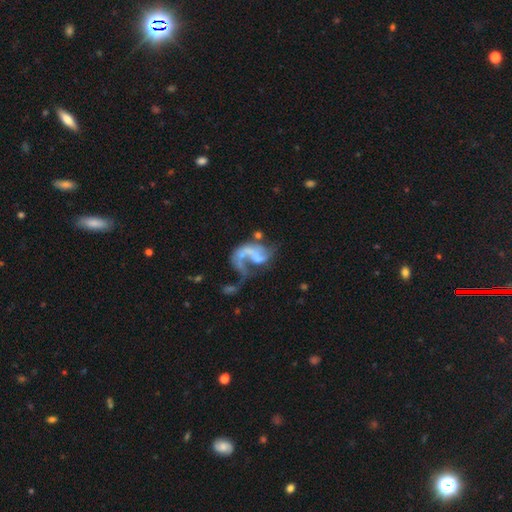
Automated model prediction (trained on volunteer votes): A featured or disk galaxy (73%) with no bar (62%), spiral arms (66%) and no central bulge (53%).

Vote fractions:
- Smooth or featured? featured or disk: 73% / smooth: 17% / star or artifact: 10%
- Edge-on disk? no: 98% / yes: 2%
- Bar? no: 62% / weak: 27% / strong: 11%
- Spiral arms? yes: 66% / no: 34%
- Bulge size? none: 53% / small: 25% / moderate: 16% / large: 4% / dominant: 2%
- Merging? major disturbance: 45% / merger: 23% / none: 21% / minor disturbance: 11%